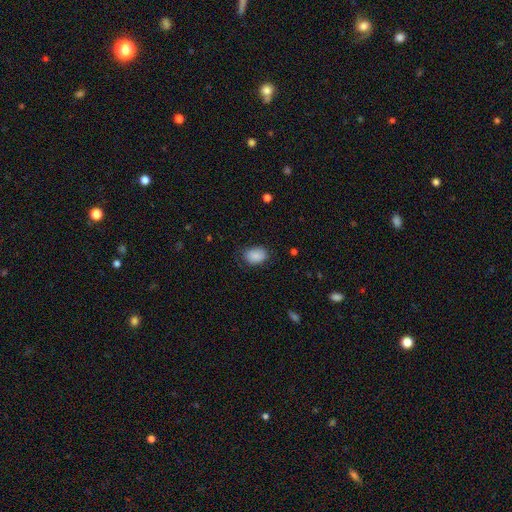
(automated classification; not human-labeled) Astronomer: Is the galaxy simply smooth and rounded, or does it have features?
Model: smooth — 88%.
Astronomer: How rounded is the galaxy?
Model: in between — 78%.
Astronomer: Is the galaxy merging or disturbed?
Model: none — 77%.